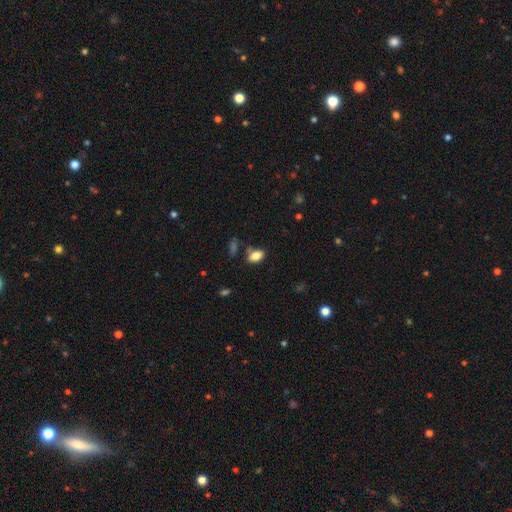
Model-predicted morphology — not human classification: Smooth or featured? Predicted: smooth (p=0.83). How rounded? Predicted: in between (p=0.90). Merging? Predicted: none (p=0.68).